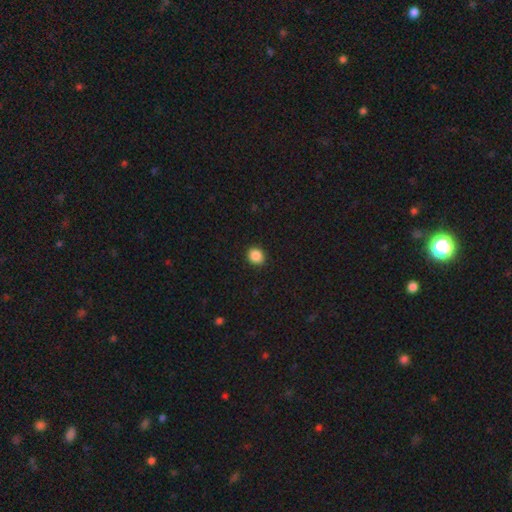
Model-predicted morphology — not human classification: Smooth or featured? Predicted: smooth (p=0.88). How rounded? Predicted: round (p=0.70). Merging? Predicted: none (p=0.91).